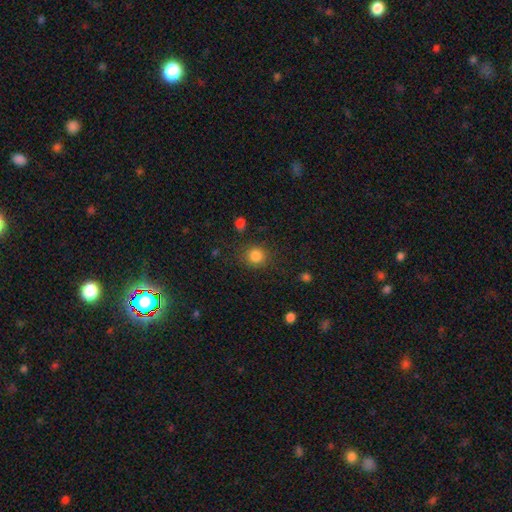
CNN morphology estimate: smooth 84%, star or artifact 11%, featured or disk 4%. Down the decision tree: how rounded — round (87%); merging — none (85%).